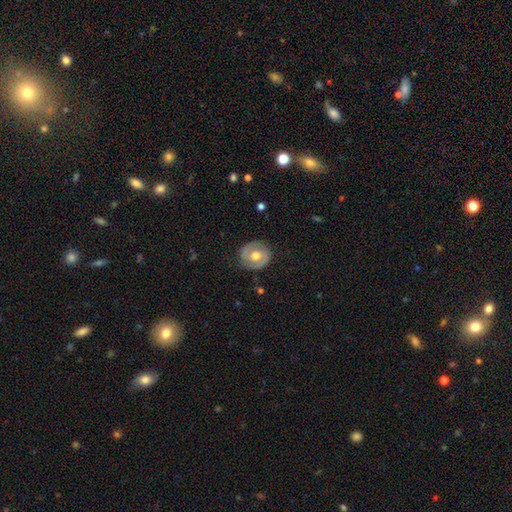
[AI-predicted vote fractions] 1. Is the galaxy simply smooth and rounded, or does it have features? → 53% featured or disk, 41% smooth, 6% star or artifact.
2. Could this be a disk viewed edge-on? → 96% no, 4% yes.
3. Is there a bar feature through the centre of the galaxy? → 67% no, 26% weak, 7% strong.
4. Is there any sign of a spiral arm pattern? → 52% yes, 48% no.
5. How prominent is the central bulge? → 76% moderate, 15% large, 7% small, 1% dominant, 1% none.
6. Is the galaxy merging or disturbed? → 83% none, 12% minor disturbance, 3% major disturbance, 1% merger.